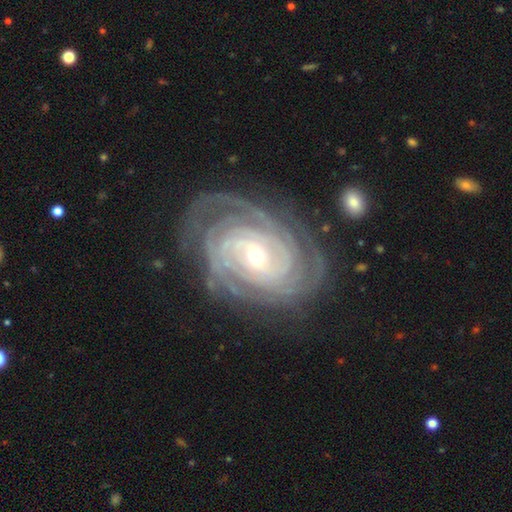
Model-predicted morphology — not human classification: featured or disk 92%, star or artifact 4%, smooth 4%. Down the decision tree: edge-on disk — no (97%); bar — weak (41%); spiral arms — yes (98%); spiral arm count — 4 (24%); spiral winding — tight (84%); bulge size — small (52%); merging — none (77%).